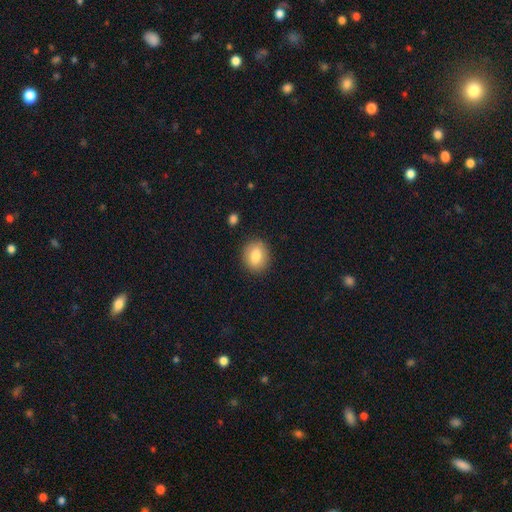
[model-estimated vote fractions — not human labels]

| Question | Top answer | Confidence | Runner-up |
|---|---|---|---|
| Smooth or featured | smooth | 81% | featured or disk (10%) |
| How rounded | round | 56% | in between (43%) |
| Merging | none | 87% | minor disturbance (9%) |